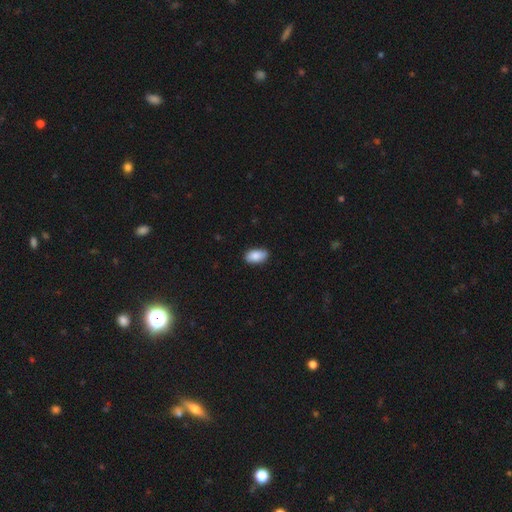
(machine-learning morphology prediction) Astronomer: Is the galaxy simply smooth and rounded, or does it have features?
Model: smooth — 88%.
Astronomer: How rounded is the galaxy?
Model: in between — 94%.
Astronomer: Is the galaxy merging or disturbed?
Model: none — 86%.